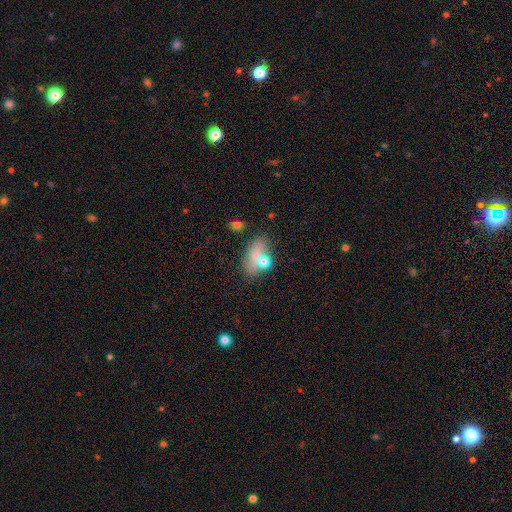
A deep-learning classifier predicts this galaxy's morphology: A smooth galaxy with no disk features (65%) that is in between round and cigar-shaped (81%). Merging: none (45%).